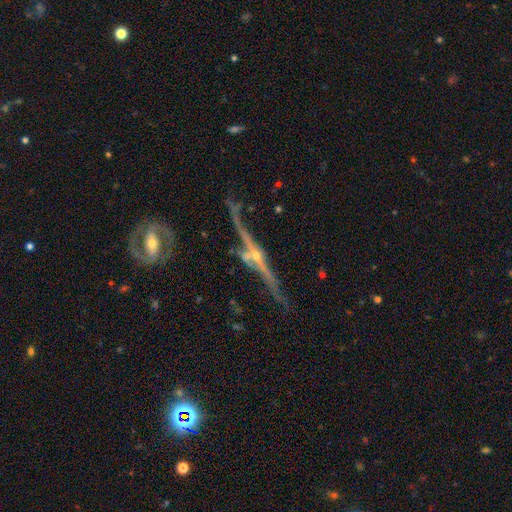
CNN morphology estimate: This appears to be a featured or disk galaxy (86%) viewed edge-on (93%) with a rounded central bulge (81%). Merging: none (71%).